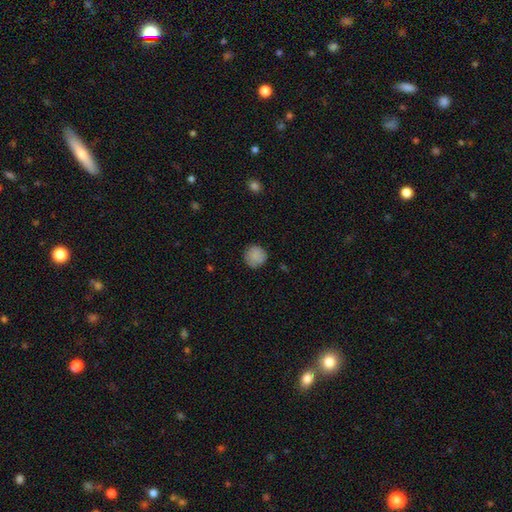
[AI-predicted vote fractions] This appears to be a smooth galaxy with no disk features (87%) that is round (93%). Merging: none (85%).